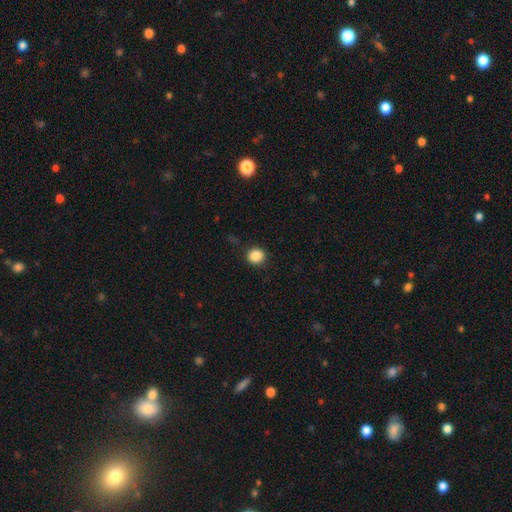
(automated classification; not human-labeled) Smooth or featured: smooth — 87% (star or artifact — 10%)
How rounded: round — 90% (in between — 10%)
Merging: none — 90% (minor disturbance — 7%)